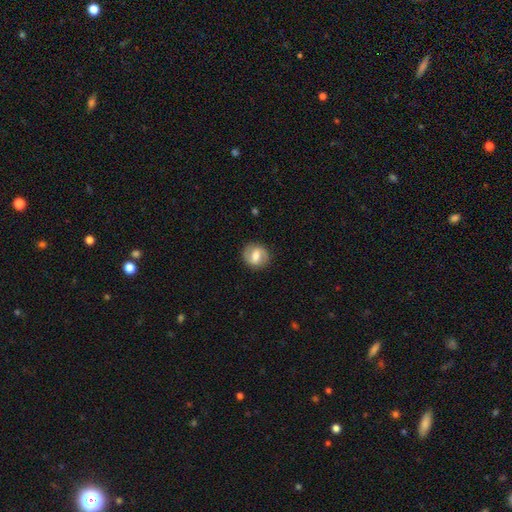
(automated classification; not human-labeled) The model was most divided on "bar": weak: 48%, strong: 33%, no: 19%. More confident: edge-on disk — no (97%); merging — none (85%); spiral arms — yes (78%); smooth or featured — featured or disk (54%); bulge size — moderate (54%).